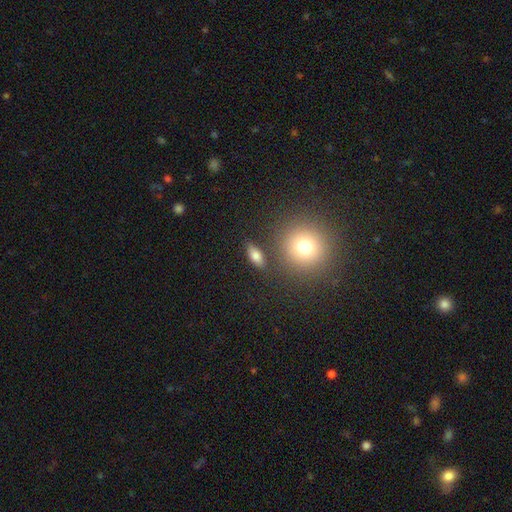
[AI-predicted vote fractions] Smooth or featured? smooth (76%)
How rounded? in between (72%)
Merging? none (81%)